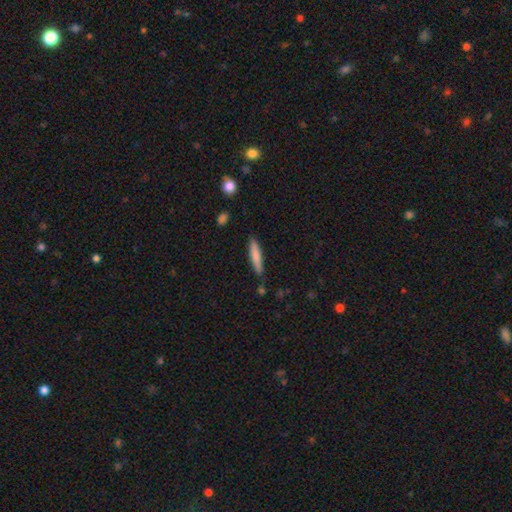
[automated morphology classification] A smooth galaxy with no disk features (76%) that is cigar-shaped (88%).

Vote fractions:
- Smooth or featured? smooth: 76% / featured or disk: 18% / star or artifact: 6%
- How rounded? cigar-shaped: 88% / in between: 10% / round: 1%
- Merging? none: 82% / minor disturbance: 13% / merger: 3% / major disturbance: 2%